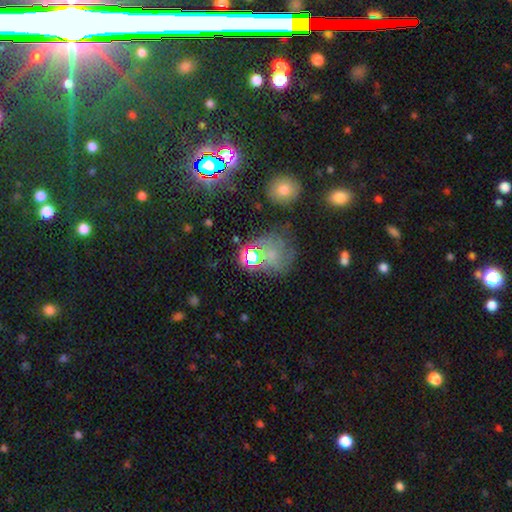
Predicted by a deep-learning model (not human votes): Q: Smooth or featured?
A: star or artifact (52%); runner-up: smooth (29%)